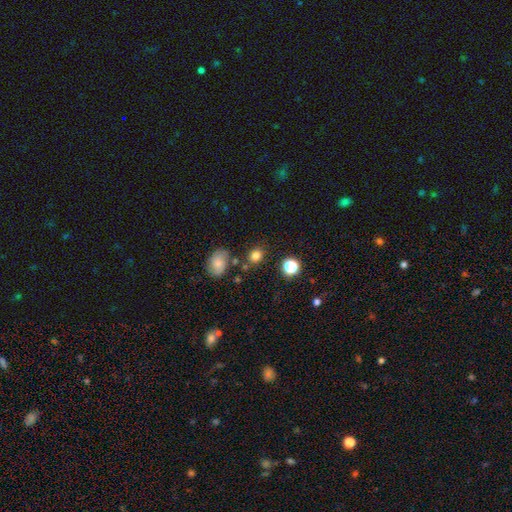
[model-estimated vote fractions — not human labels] A smooth galaxy with no disk features (80%) that is round (57%). Merging: none (77%).